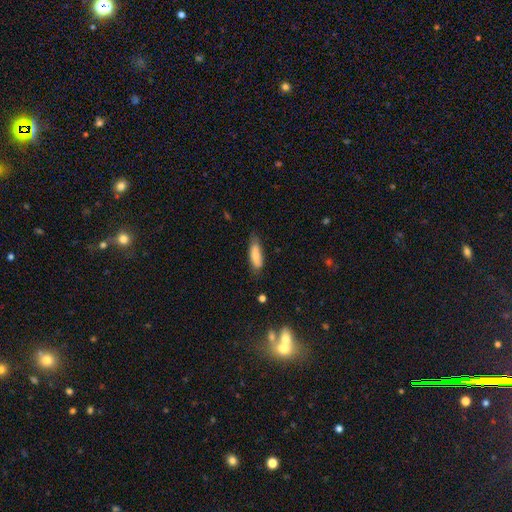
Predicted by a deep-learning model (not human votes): Smooth or featured? smooth (81%)
How rounded? in between (56%)
Merging? none (67%)